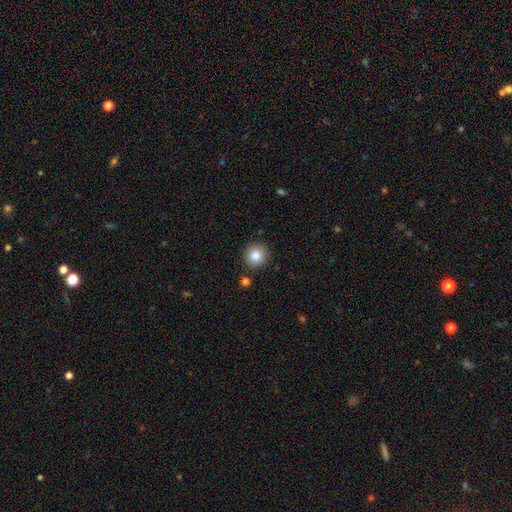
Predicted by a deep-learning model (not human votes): Smooth or featured? smooth (82%)
How rounded? round (90%)
Merging? none (88%)